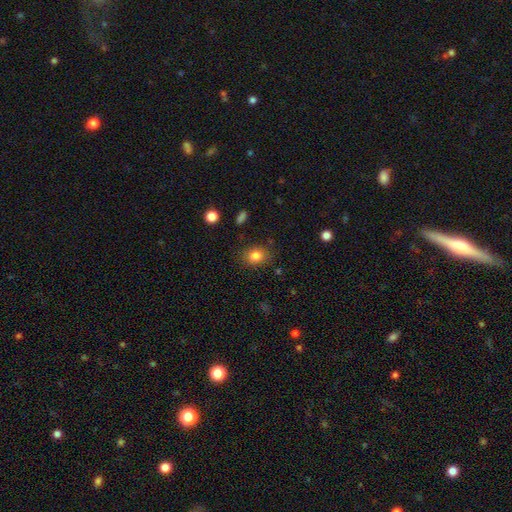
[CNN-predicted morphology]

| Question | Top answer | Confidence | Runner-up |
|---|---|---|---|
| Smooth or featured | smooth | 83% | star or artifact (10%) |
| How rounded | in between | 53% | round (46%) |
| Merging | none | 84% | minor disturbance (11%) |